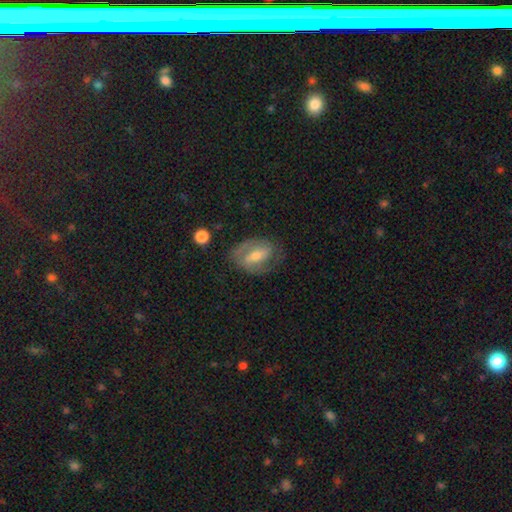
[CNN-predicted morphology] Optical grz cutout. It shows a featured or disk galaxy (73%) with a weak bar (41%), 2 (77%) medium (45%) spiral arms (83%) and a moderate central bulge (52%). Merging: none (67%).